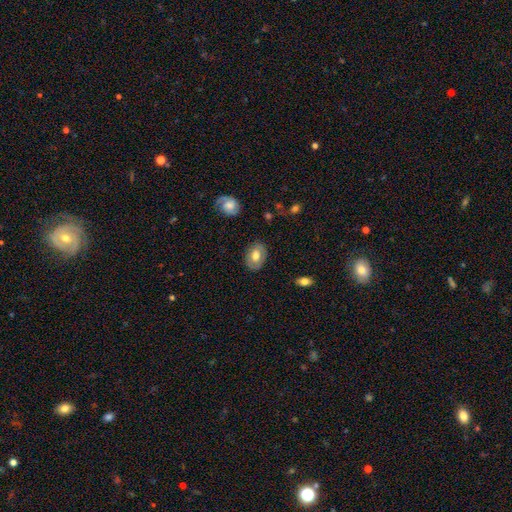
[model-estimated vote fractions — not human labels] Smooth or featured? Predicted: smooth (p=0.62). How rounded? Predicted: in between (p=0.80). Merging? Predicted: none (p=0.82).